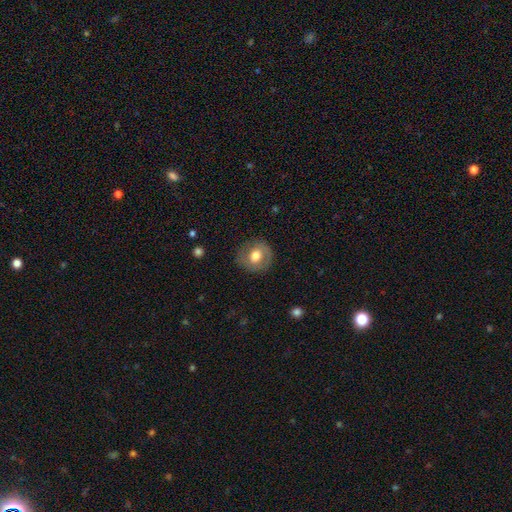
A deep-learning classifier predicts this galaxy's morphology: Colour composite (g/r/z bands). It shows a smooth galaxy with no disk features (60%) that is round (84%). Merging: none (83%).